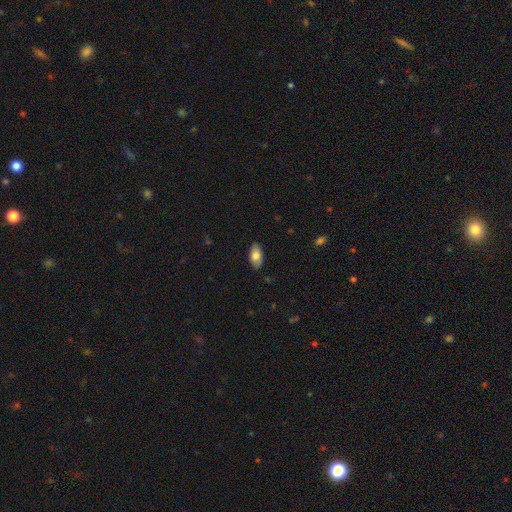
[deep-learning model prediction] Smooth or featured? smooth (81%)
How rounded? in between (94%)
Merging? none (87%)